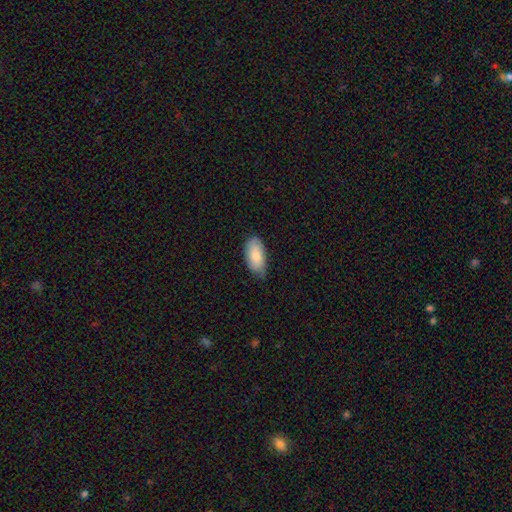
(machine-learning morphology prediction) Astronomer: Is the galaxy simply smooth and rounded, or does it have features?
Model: smooth — 82%.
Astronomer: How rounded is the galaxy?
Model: in between — 94%.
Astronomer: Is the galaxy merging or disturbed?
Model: none — 70%.